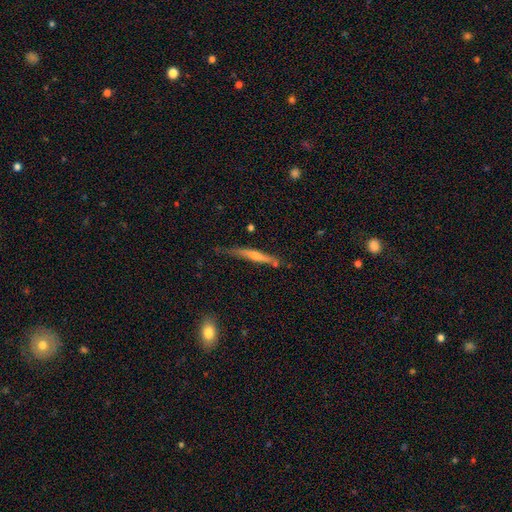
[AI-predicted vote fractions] featured or disk 48%, smooth 46%, star or artifact 6%. Down the decision tree: merging — none (65%).